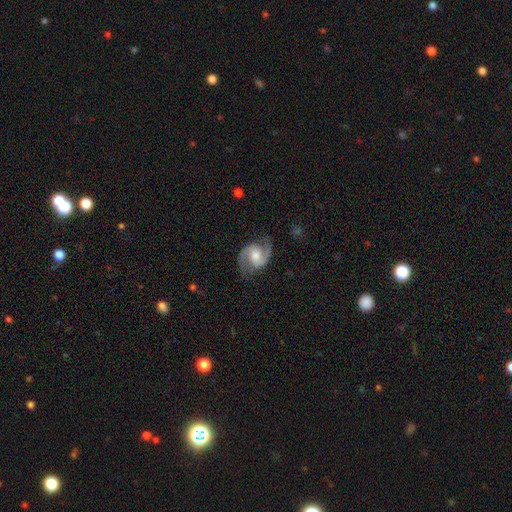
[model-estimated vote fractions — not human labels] smooth-or-featured: featured or disk: 90% | smooth: 5% | star or artifact: 4%
  disk-edge-on: no: 98% | yes: 2%
    bar: no: 45% | weak: 43% | strong: 11%
    has-spiral-arms: yes: 98% | no: 2%
      spiral-winding: medium: 60% | loose: 22% | tight: 18%
      spiral-arm-count: 2: 94% | can't tell: 2% | 3: 1% | 1: 1% | 4: 1% | more than 4: 1%
    bulge-size: moderate: 59% | large: 17% | small: 16% | none: 6% | dominant: 2%
  merging: none: 81% | minor disturbance: 14% | major disturbance: 5% | merger: 1%